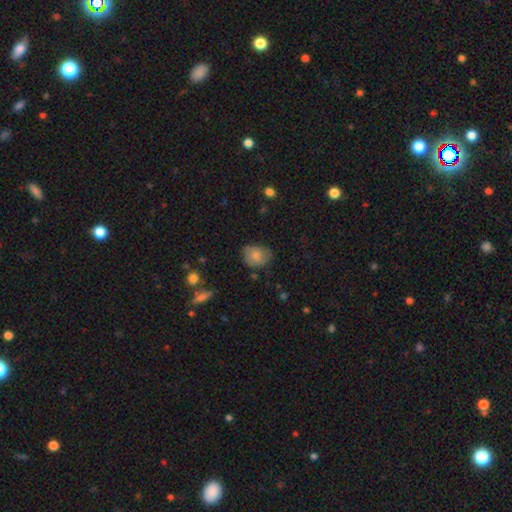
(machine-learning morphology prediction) Smooth or featured? smooth (76%)
How rounded? in between (51%)
Merging? none (65%)